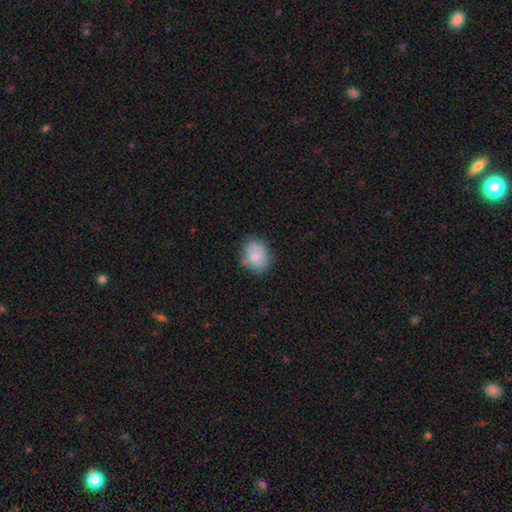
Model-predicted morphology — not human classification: Overall: smooth (78%). How rounded: in between (50%; round 49%). Merging: none (74%).